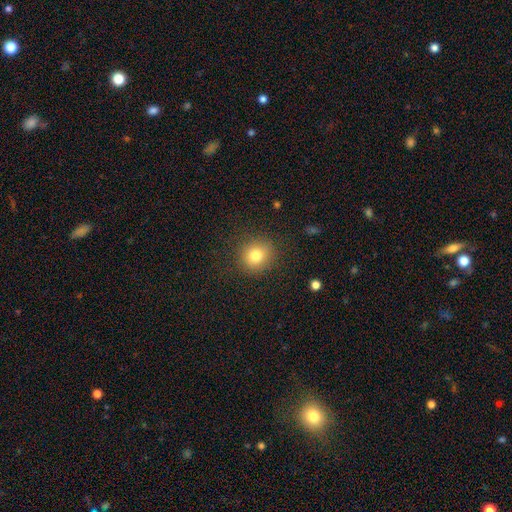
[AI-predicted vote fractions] smooth 79%, star or artifact 12%, featured or disk 9%. Down the decision tree: how rounded — round (87%); merging — none (87%).